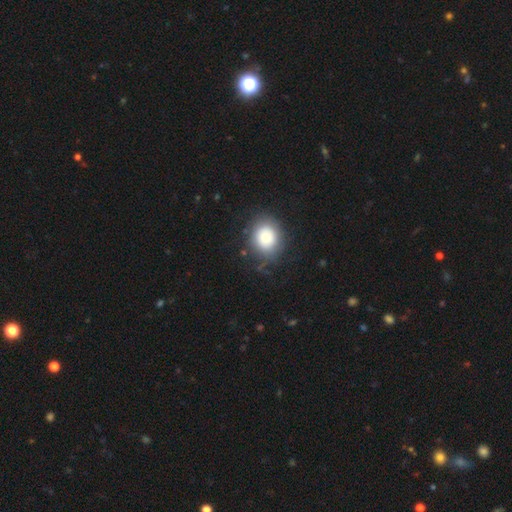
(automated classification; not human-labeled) This appears to be a smooth galaxy with no disk features (65%) that is round (66%). Merging: none (90%).